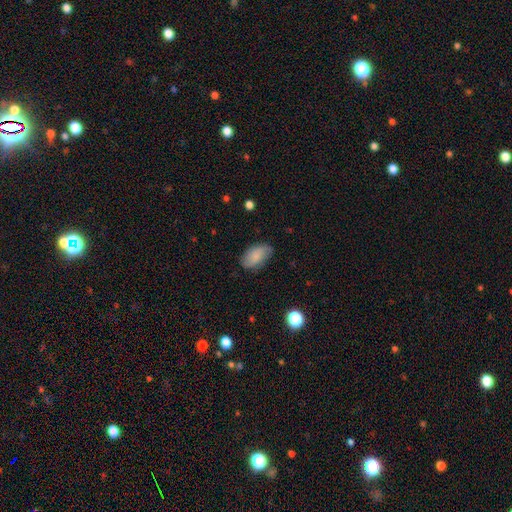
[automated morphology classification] The model was most divided on "merging": none: 77%, minor disturbance: 18%, major disturbance: 4%, merger: 1%. More confident: how rounded — in between (93%); smooth or featured — smooth (80%).